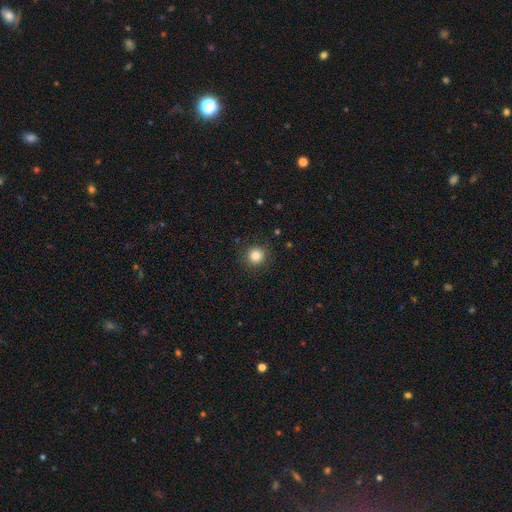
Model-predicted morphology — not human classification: The model was most divided on "smooth or featured": smooth: 83%, star or artifact: 12%, featured or disk: 5%. More confident: how rounded — round (94%); merging — none (90%).